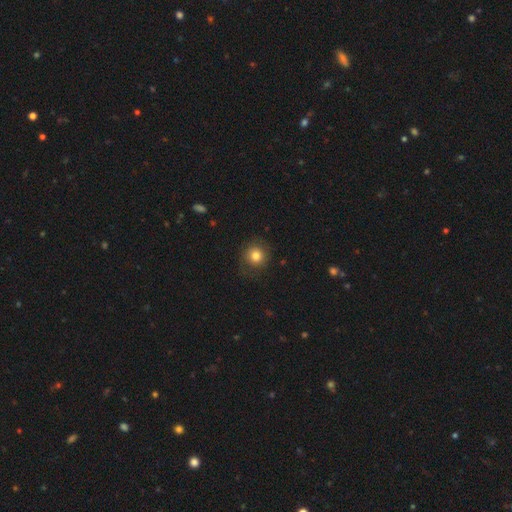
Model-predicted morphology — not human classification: Q: Smooth or featured?
A: smooth (81%); runner-up: star or artifact (12%)
Q: How rounded?
A: round (91%); runner-up: in between (8%)
Q: Merging?
A: none (84%); runner-up: minor disturbance (11%)